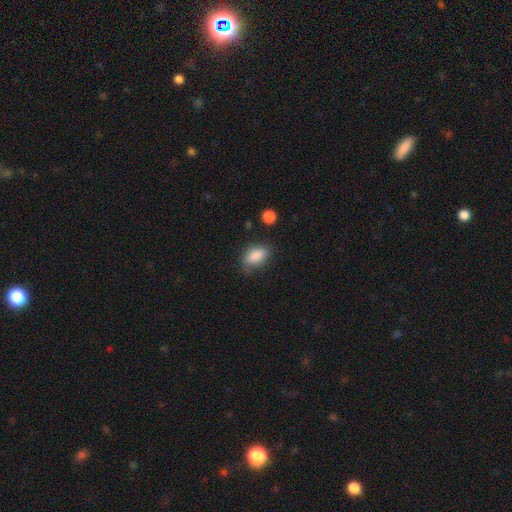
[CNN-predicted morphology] Q: Smooth or featured?
A: smooth (87%); runner-up: star or artifact (8%)
Q: How rounded?
A: in between (89%); runner-up: round (7%)
Q: Merging?
A: none (70%); runner-up: minor disturbance (22%)